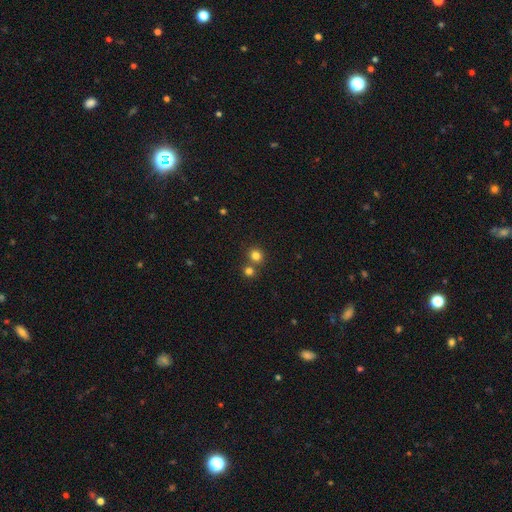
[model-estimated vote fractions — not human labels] smooth 79%, star or artifact 15%, featured or disk 6%. Down the decision tree: how rounded — round (86%); merging — none (66%).